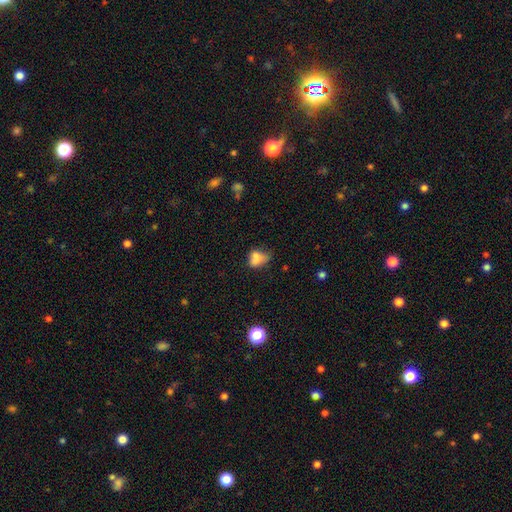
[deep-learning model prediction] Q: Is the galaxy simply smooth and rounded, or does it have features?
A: smooth — 75%.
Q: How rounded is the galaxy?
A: in between — 71%.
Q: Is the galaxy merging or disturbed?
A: minor disturbance — 35%.